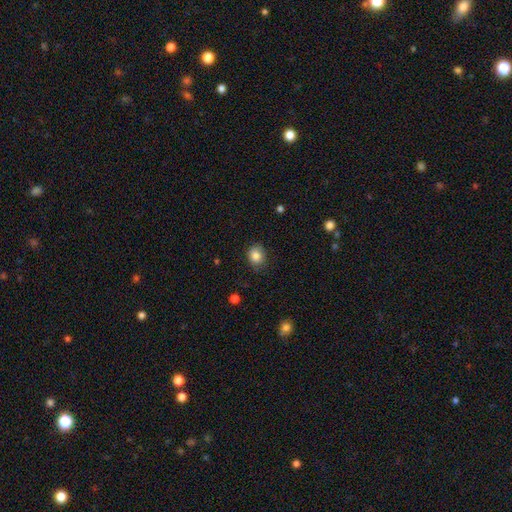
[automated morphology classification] This appears to be a smooth galaxy with no disk features (84%) that is round (62%). Merging: none (80%).